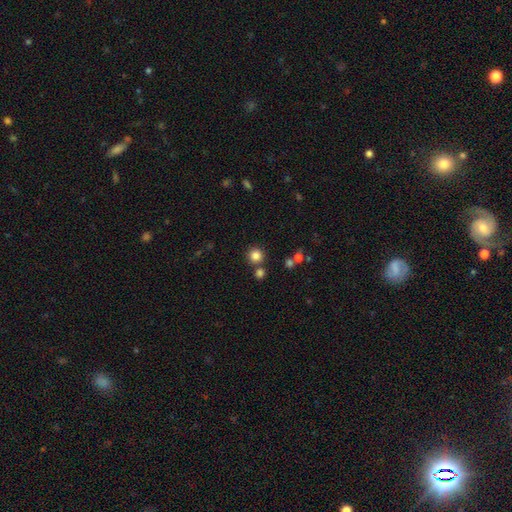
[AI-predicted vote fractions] Overall: smooth (82%). How rounded: round (94%). Merging: none (80%).